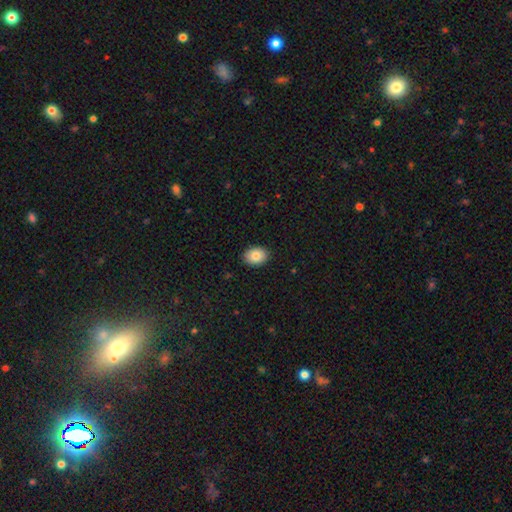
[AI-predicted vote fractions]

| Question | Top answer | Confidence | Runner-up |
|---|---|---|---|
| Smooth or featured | smooth | 85% | star or artifact (8%) |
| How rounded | in between | 66% | round (33%) |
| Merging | none | 90% | minor disturbance (8%) |